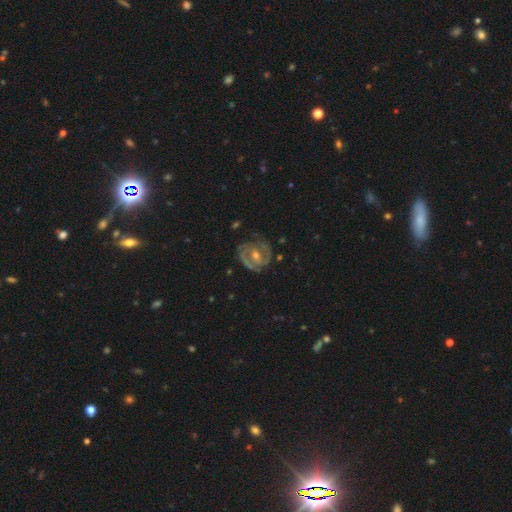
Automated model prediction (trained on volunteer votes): featured or disk 84%, smooth 9%, star or artifact 7%. Down the decision tree: edge-on disk — no (97%); bar — no (49%); spiral arms — yes (90%); spiral arm count — 2 (67%); spiral winding — tight (57%); bulge size — moderate (64%); merging — none (74%).